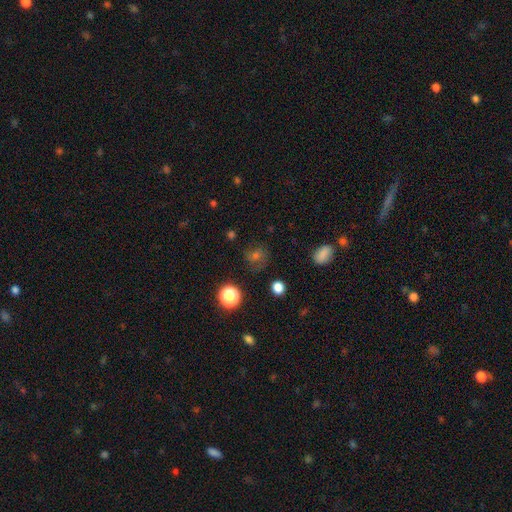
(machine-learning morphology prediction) Smooth or featured? smooth (49%)
Merging? none (71%)